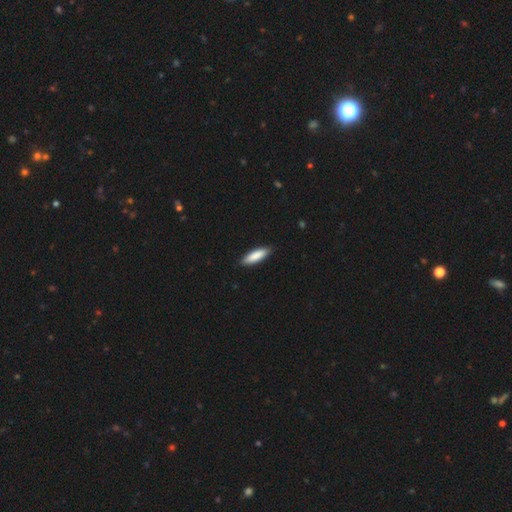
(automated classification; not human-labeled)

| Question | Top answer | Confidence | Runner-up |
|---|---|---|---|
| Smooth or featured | smooth | 86% | featured or disk (9%) |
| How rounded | cigar-shaped | 57% | in between (41%) |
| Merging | none | 89% | minor disturbance (9%) |